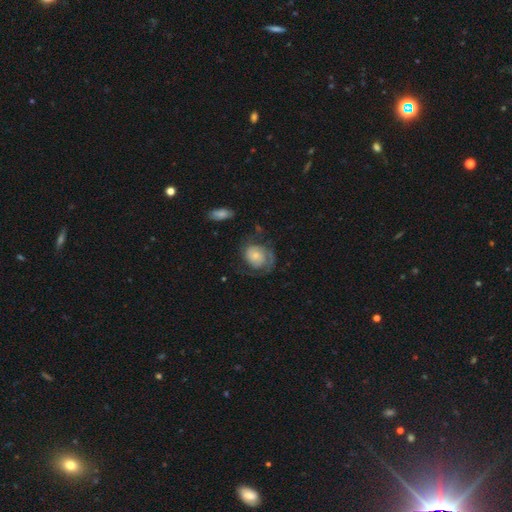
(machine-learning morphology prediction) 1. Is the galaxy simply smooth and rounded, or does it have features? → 56% featured or disk, 37% smooth, 7% star or artifact.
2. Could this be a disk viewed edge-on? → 97% no, 3% yes.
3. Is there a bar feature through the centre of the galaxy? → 76% no, 20% weak, 3% strong.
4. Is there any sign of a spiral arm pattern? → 84% yes, 16% no.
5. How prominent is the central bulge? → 49% small, 31% moderate, 10% large, 8% none, 3% dominant.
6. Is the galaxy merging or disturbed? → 52% none, 23% minor disturbance, 23% major disturbance, 2% merger.